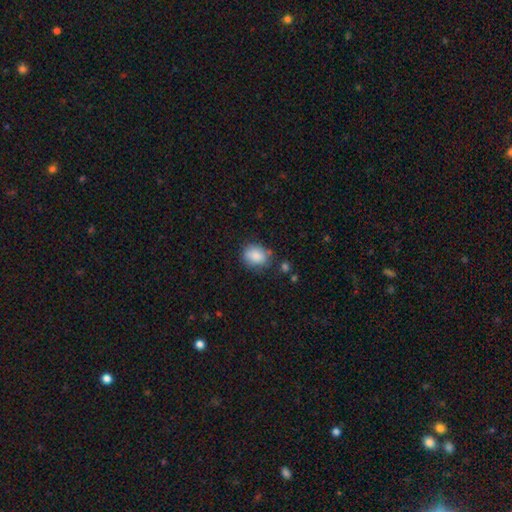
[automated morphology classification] A smooth galaxy with no disk features (86%) that is in between round and cigar-shaped (54%).

Vote fractions:
- Smooth or featured? smooth: 86% / star or artifact: 8% / featured or disk: 7%
- How rounded? in between: 54% / round: 45% / cigar-shaped: 1%
- Merging? none: 71% / minor disturbance: 19% / major disturbance: 5% / merger: 4%